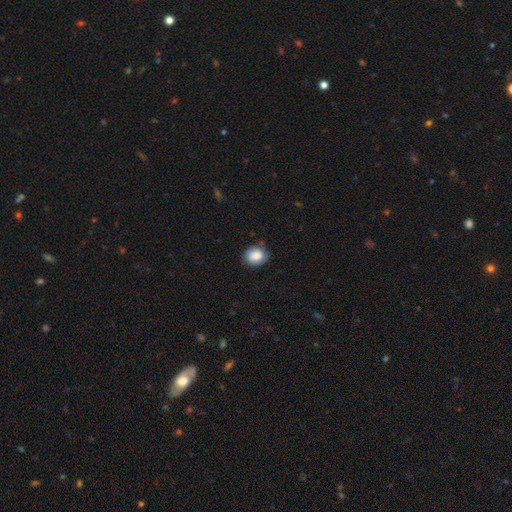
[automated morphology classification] This appears to be a smooth galaxy with no disk features (83%) that is round (58%). Merging: none (73%).